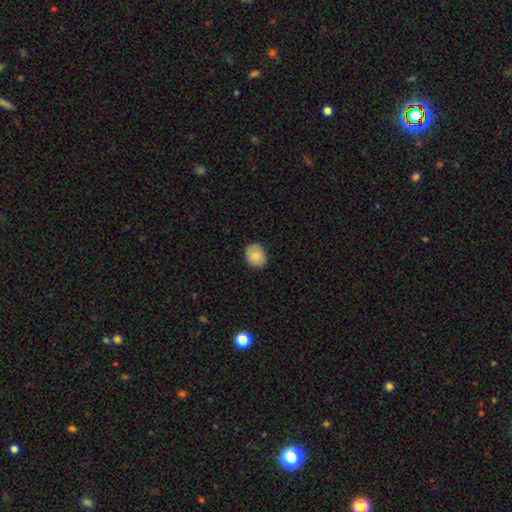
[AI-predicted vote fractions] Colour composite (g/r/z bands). It shows a smooth galaxy with no disk features (83%) that is round (57%). Merging: none (86%).